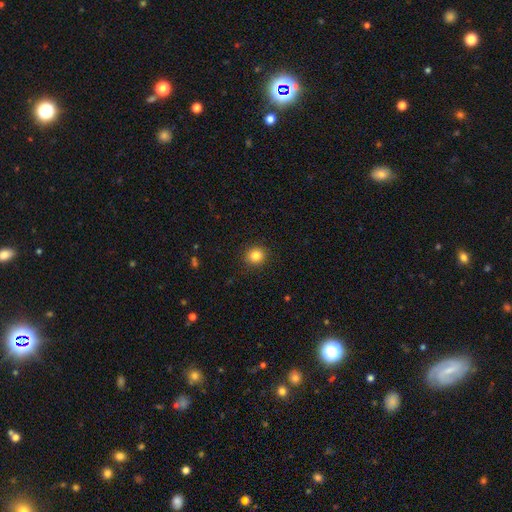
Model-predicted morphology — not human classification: Smooth or featured? smooth (84%)
How rounded? round (89%)
Merging? none (91%)